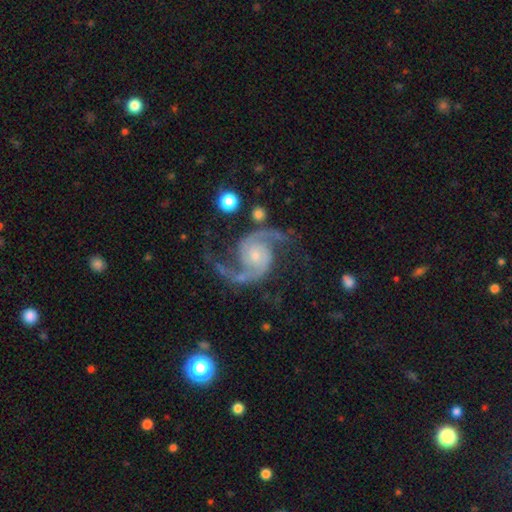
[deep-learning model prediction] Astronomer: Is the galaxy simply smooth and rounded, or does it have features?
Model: featured or disk — 93%.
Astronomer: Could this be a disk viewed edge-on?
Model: no — 98%.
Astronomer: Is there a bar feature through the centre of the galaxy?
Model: no — 67%.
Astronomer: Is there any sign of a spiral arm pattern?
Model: yes — 99%.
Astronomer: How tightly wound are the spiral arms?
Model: medium — 54% (runner-up: loose, 35%).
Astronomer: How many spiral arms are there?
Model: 2 — 95%.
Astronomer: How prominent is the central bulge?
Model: small — 58%.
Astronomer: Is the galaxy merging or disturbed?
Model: none — 73%.